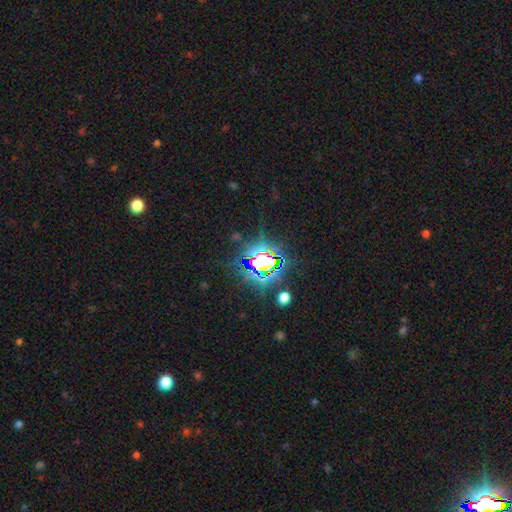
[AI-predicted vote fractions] A star or artifact, not a galaxy (78%).

Vote fractions:
- Smooth or featured? star or artifact: 78% / smooth: 12% / featured or disk: 10%